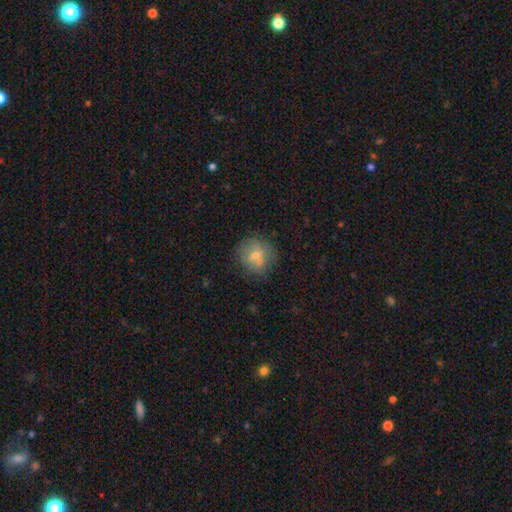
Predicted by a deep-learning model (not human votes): Smooth or featured: smooth — 62% (featured or disk — 23%)
How rounded: round — 88% (in between — 10%)
Merging: none — 74% (minor disturbance — 13%)